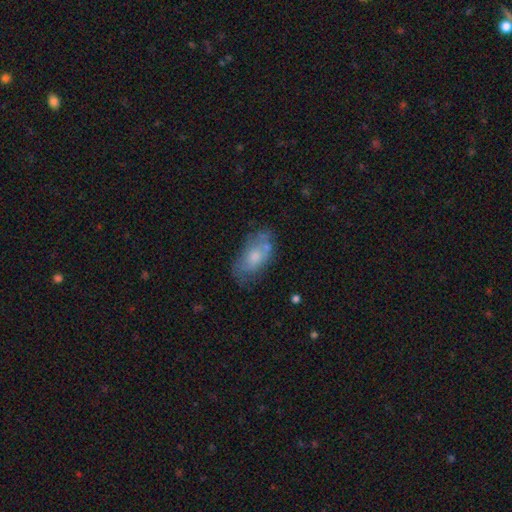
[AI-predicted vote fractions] A smooth galaxy with no disk features (56%) that is in between round and cigar-shaped (90%).

Vote fractions:
- Smooth or featured? smooth: 56% / featured or disk: 36% / star or artifact: 8%
- How rounded? in between: 90% / cigar-shaped: 6% / round: 5%
- Merging? none: 55% / minor disturbance: 27% / major disturbance: 11% / merger: 7%